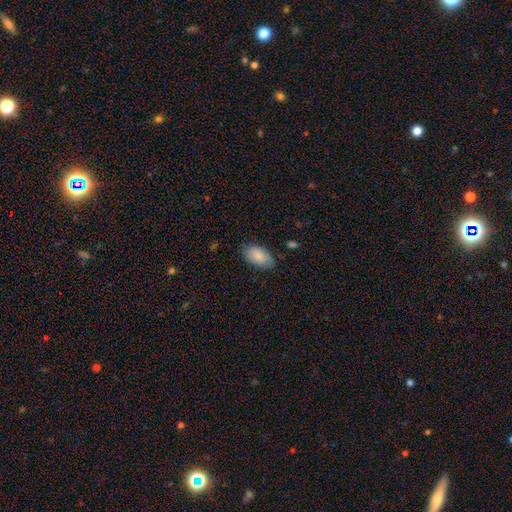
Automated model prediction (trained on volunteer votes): Q: Smooth or featured?
A: smooth (87%); runner-up: star or artifact (6%)
Q: How rounded?
A: in between (94%); runner-up: round (4%)
Q: Merging?
A: none (82%); runner-up: minor disturbance (14%)